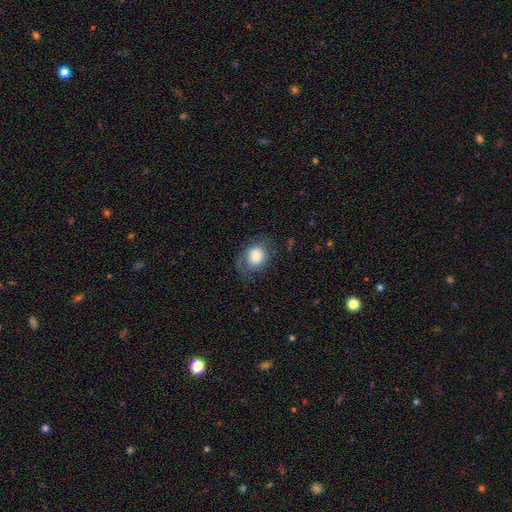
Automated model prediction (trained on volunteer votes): Q: Smooth or featured?
A: smooth (76%); runner-up: featured or disk (16%)
Q: How rounded?
A: round (56%); runner-up: in between (43%)
Q: Merging?
A: none (61%); runner-up: minor disturbance (23%)